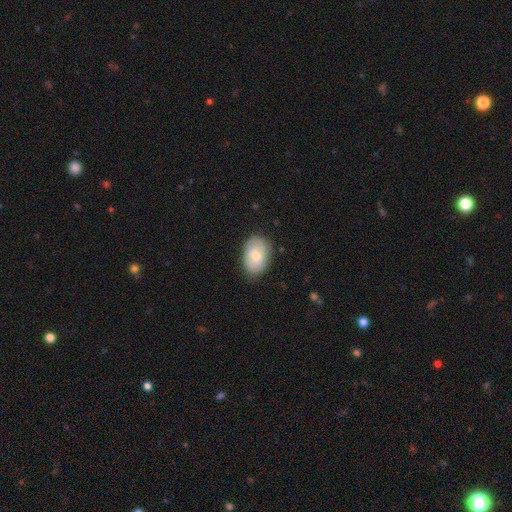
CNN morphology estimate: The model was most divided on "smooth or featured": smooth: 70%, featured or disk: 23%, star or artifact: 6%. More confident: how rounded — in between (87%); merging — none (78%).